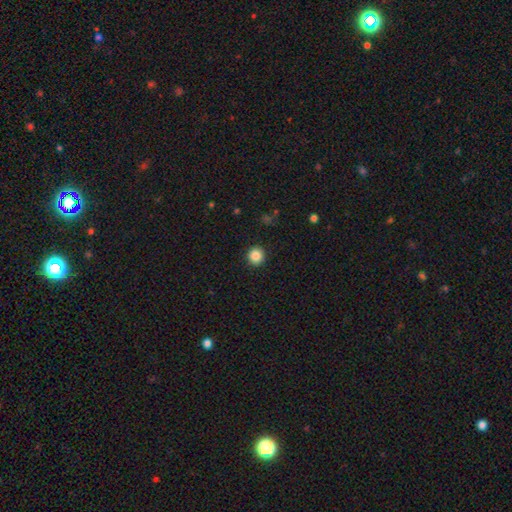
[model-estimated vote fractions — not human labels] A smooth galaxy with no disk features (87%) that is round (91%). Merging: none (92%).